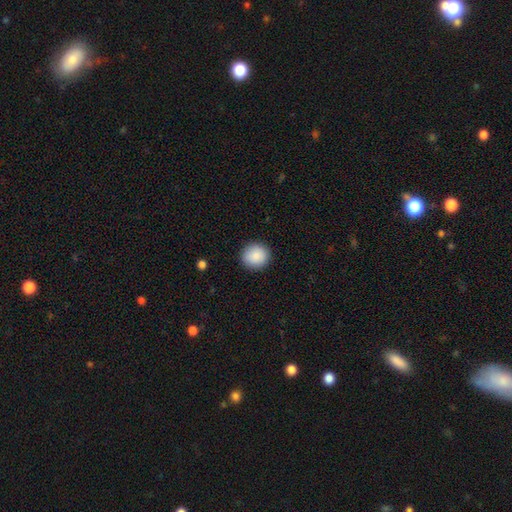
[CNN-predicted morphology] Smooth or featured? Predicted: smooth (p=0.88). How rounded? Predicted: round (p=0.89). Merging? Predicted: none (p=0.91).